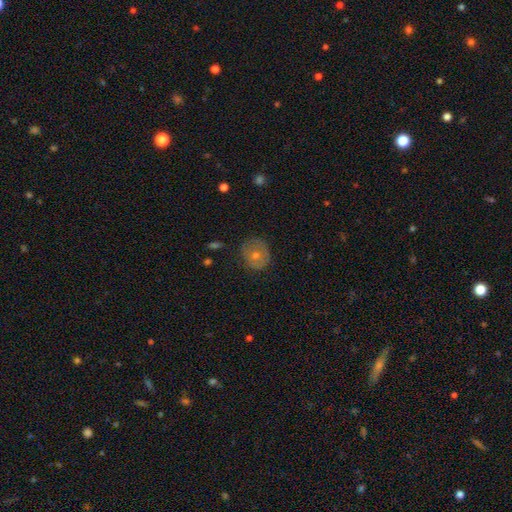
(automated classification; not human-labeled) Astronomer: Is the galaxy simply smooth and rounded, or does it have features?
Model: smooth — 52% (runner-up: featured or disk, 37%).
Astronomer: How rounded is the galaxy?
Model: round — 80%.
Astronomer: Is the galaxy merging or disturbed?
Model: none — 79%.